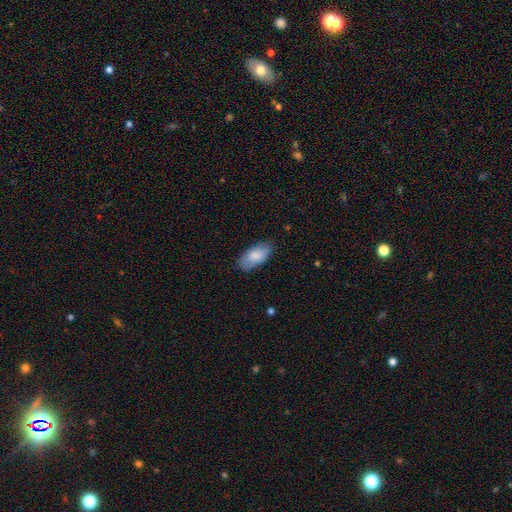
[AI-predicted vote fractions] Morphology: type=smooth (82%); roundness=in between (93%); merging=none (78%).